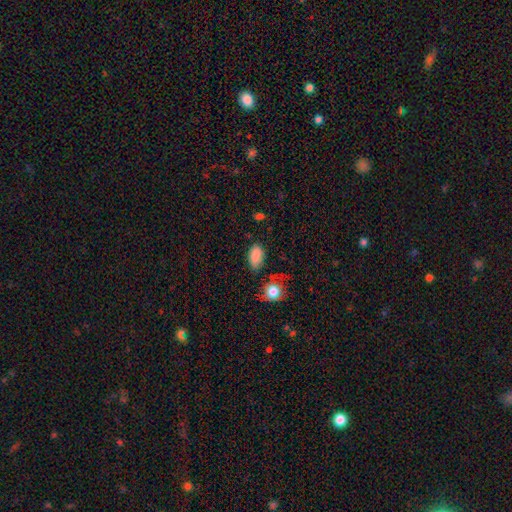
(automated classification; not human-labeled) Morphology: type=smooth (86%); roundness=in between (91%); merging=none (70%).